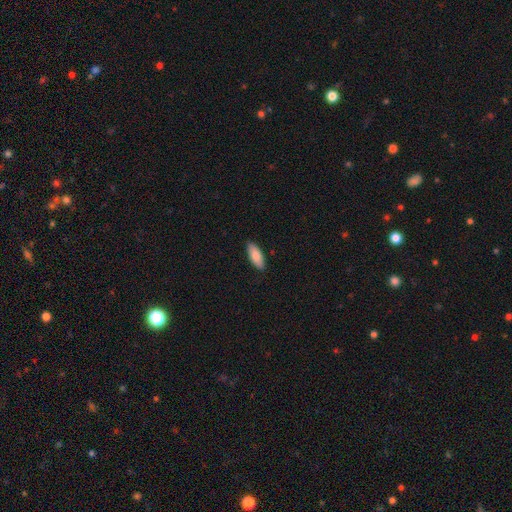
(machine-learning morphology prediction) This is clearly a smooth galaxy (83%). How rounded: likely in between (77%). Merging: clearly none (89%).